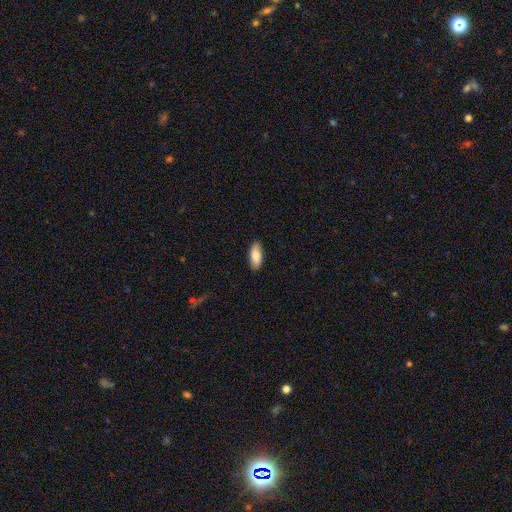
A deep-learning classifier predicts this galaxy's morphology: A smooth galaxy with no disk features (84%) that is in between round and cigar-shaped (85%). Merging: none (88%).